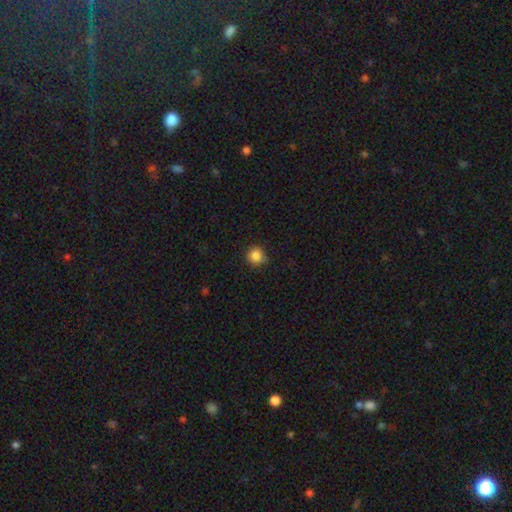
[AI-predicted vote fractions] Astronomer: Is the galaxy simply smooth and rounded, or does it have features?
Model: smooth — 85%.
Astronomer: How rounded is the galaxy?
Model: round — 93%.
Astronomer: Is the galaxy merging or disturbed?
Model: none — 85%.